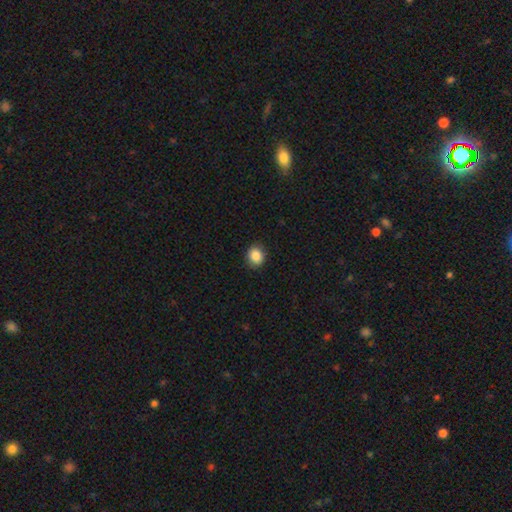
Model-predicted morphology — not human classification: smooth 87%, star or artifact 9%, featured or disk 4%. Down the decision tree: how rounded — round (67%); merging — none (86%).